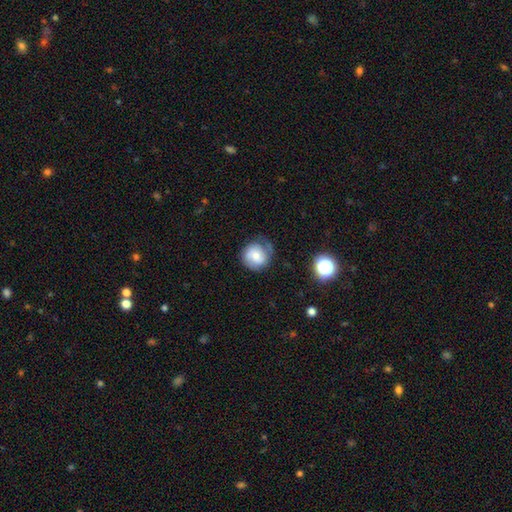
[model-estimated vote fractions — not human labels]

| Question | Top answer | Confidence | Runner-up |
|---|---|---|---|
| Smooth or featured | smooth | 47% | featured or disk (44%) |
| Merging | none | 61% | minor disturbance (25%) |